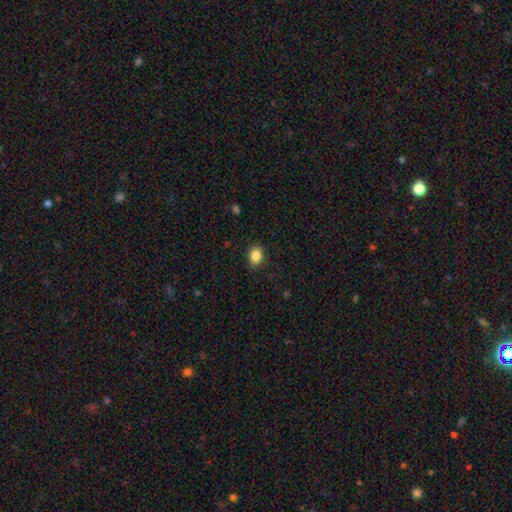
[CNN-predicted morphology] Smooth or featured? Predicted: smooth (p=0.86). How rounded? Predicted: in between (p=0.67). Merging? Predicted: none (p=0.87).